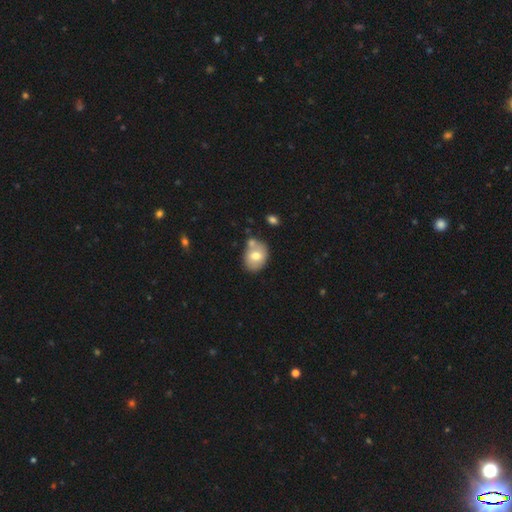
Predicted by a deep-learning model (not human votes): Overall: smooth (69%). How rounded: in between (58%; round 41%). Merging: none (56%; merger 23%).